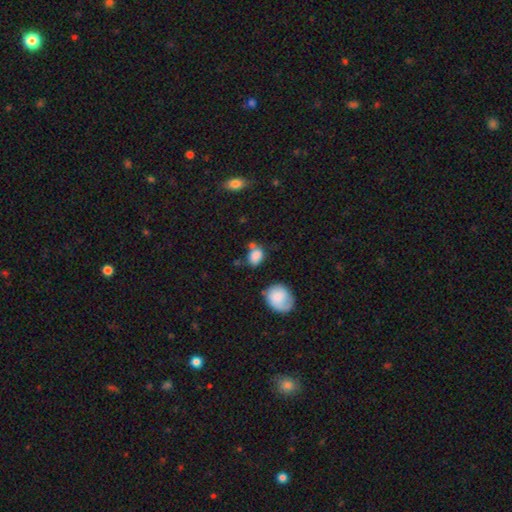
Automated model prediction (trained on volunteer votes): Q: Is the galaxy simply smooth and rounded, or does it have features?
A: smooth — 83%.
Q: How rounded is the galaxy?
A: in between — 71%.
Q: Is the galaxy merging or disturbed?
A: none — 51%.